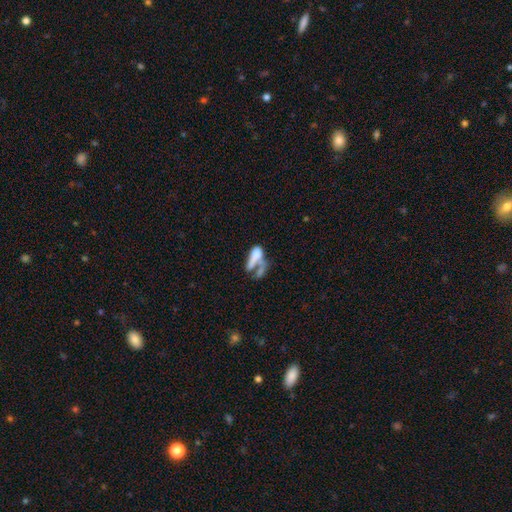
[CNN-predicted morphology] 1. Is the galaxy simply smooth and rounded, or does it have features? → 54% smooth, 35% featured or disk, 11% star or artifact.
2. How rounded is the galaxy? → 68% in between, 23% cigar-shaped, 9% round.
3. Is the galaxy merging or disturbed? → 53% merger, 22% major disturbance, 16% none, 9% minor disturbance.